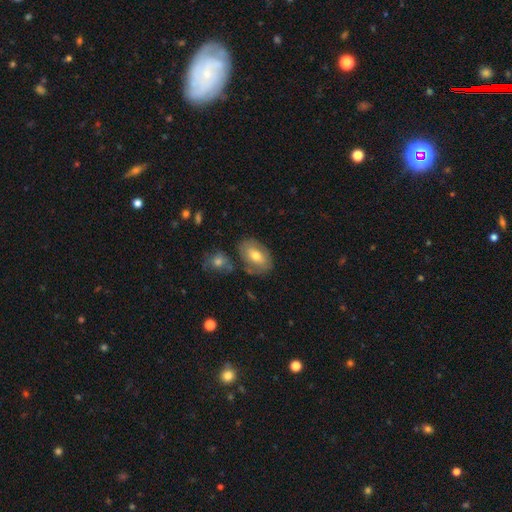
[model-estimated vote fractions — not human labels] The model was most divided on "smooth or featured": smooth: 62%, featured or disk: 31%, star or artifact: 7%. More confident: how rounded — in between (88%); merging — none (70%).